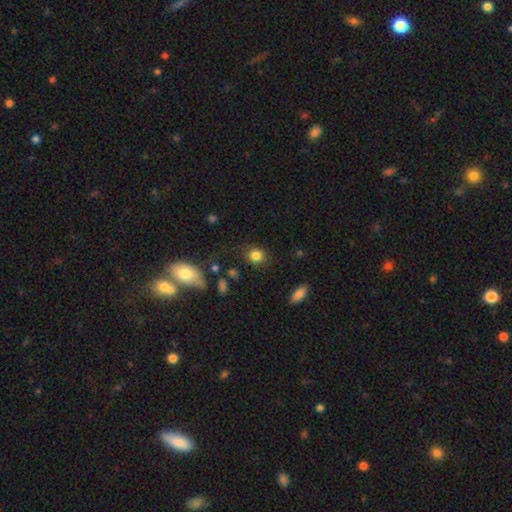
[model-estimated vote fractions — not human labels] The model was most divided on "how rounded": round: 72%, in between: 26%, cigar-shaped: 1%. More confident: smooth or featured — smooth (84%); merging — none (82%).